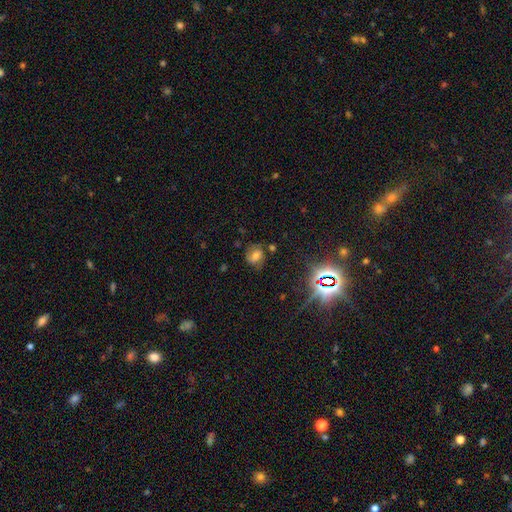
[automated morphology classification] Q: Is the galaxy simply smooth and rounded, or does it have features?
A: smooth — 47%.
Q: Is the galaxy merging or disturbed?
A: none — 70%.